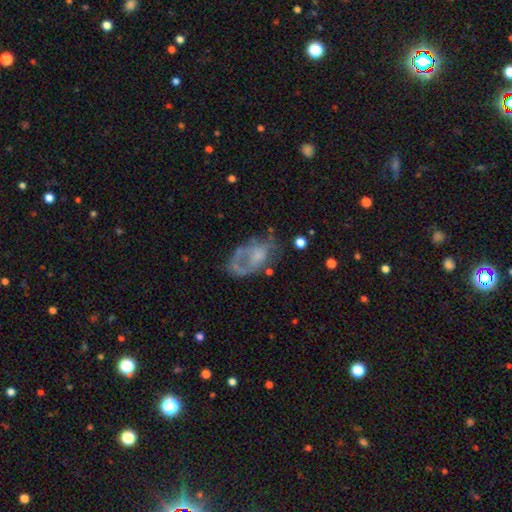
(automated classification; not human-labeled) Smooth or featured? Predicted: featured or disk (p=0.54). Edge-on disk? Predicted: no (p=0.95). Bar? Predicted: no (p=0.82). Spiral arms? Predicted: no (p=0.62). Bulge size? Predicted: none (p=0.40). Merging? Predicted: none (p=0.37).